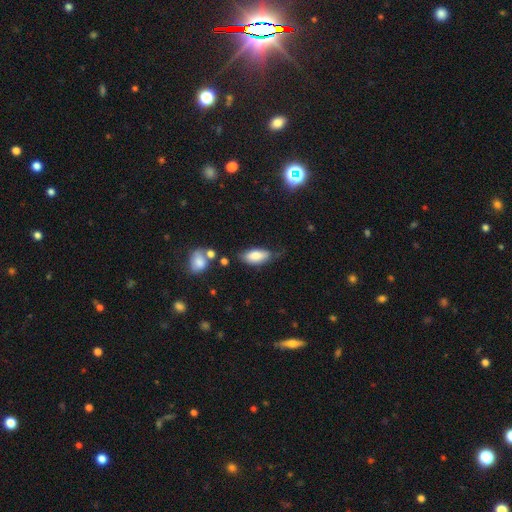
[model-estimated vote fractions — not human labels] The model was most divided on "merging": none: 59%, minor disturbance: 29%, major disturbance: 7%, merger: 5%. More confident: how rounded — in between (87%); smooth or featured — smooth (82%).